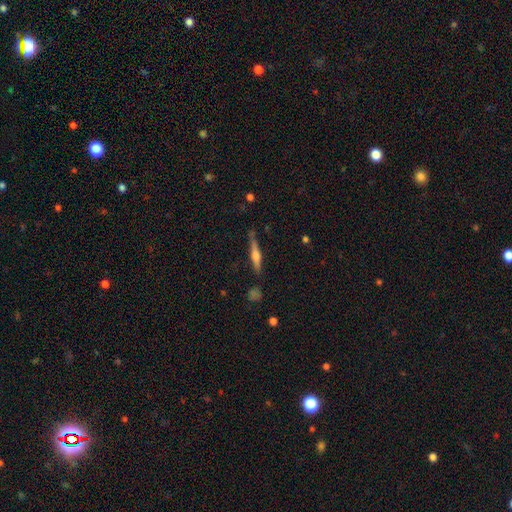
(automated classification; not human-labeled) Smooth or featured: featured or disk — 59% (smooth — 35%)
Edge-on disk: yes — 97% (no — 3%)
Edge-on bulge: rounded — 85% (boxy — 9%)
Merging: none — 80% (minor disturbance — 15%)